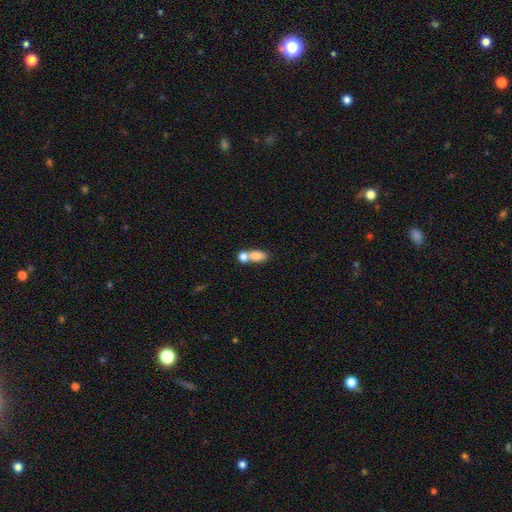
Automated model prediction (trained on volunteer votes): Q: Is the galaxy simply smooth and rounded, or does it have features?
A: smooth — 79%.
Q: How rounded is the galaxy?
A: in between — 78%.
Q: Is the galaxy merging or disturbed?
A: merger — 60%.